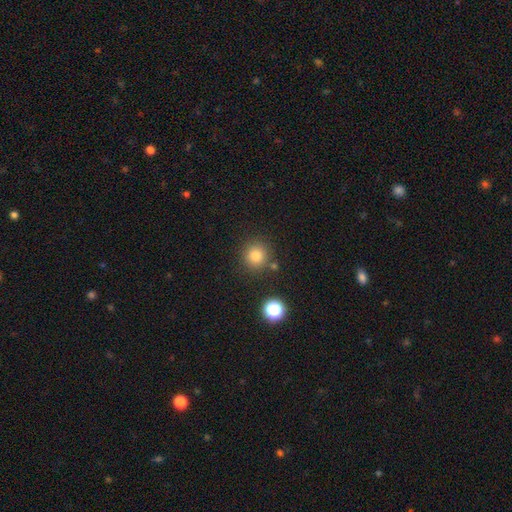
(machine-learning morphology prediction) A smooth galaxy with no disk features (82%) that is round (92%).

Vote fractions:
- Smooth or featured? smooth: 82% / star or artifact: 13% / featured or disk: 6%
- How rounded? round: 92% / in between: 7% / cigar-shaped: 1%
- Merging? none: 82% / minor disturbance: 8% / merger: 7% / major disturbance: 3%